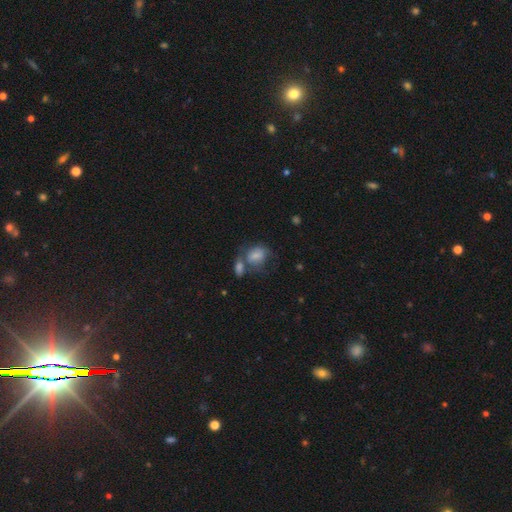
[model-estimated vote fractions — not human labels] Smooth or featured?
  - smooth: 73% *
  - featured or disk: 18%
  - star or artifact: 9%
How rounded?
  - in between: 65% *
  - round: 33%
  - cigar-shaped: 2%
Merging?
  - merger: 42% *
  - none: 30%
  - minor disturbance: 16%
  - major disturbance: 12%